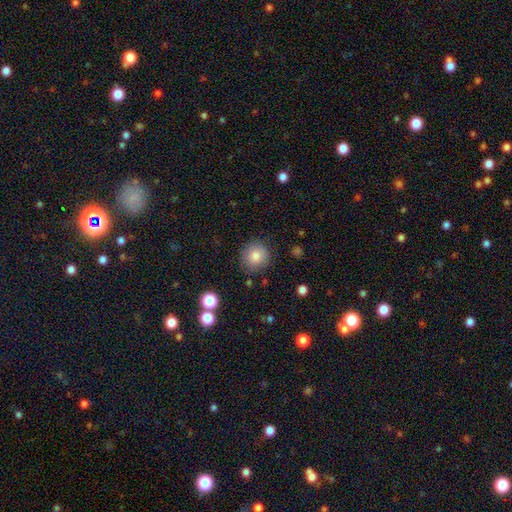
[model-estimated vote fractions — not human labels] Smooth or featured?
  - smooth: 83% *
  - star or artifact: 10%
  - featured or disk: 8%
How rounded?
  - round: 91% *
  - in between: 8%
  - cigar-shaped: 1%
Merging?
  - none: 83% *
  - minor disturbance: 11%
  - major disturbance: 3%
  - merger: 2%